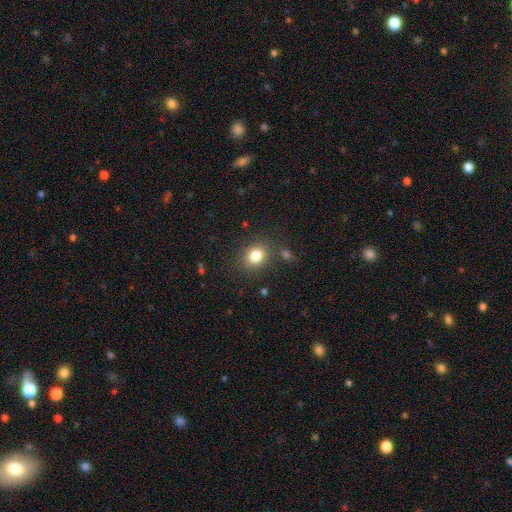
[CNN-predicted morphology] Smooth or featured?
  - smooth: 82% *
  - star or artifact: 11%
  - featured or disk: 7%
How rounded?
  - round: 57% *
  - in between: 42%
  - cigar-shaped: 1%
Merging?
  - none: 80% *
  - minor disturbance: 11%
  - merger: 5%
  - major disturbance: 4%